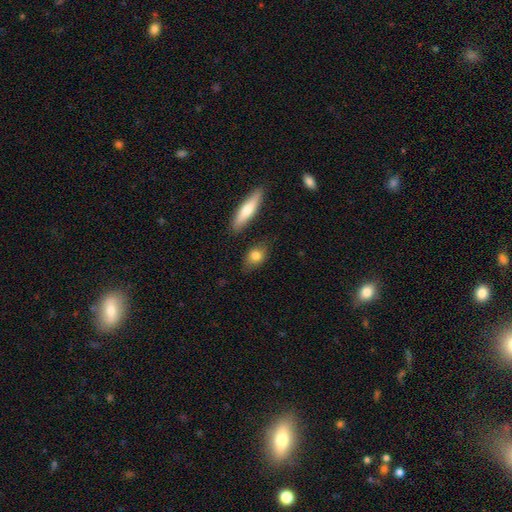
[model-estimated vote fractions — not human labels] Morphology: type=smooth (80%); roundness=in between (70%); merging=none (77%).